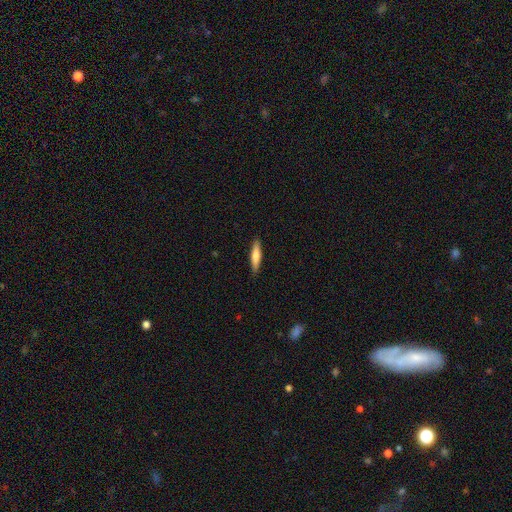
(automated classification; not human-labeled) Smooth or featured: smooth — 69% (featured or disk — 25%)
How rounded: cigar-shaped — 81% (in between — 17%)
Merging: none — 89% (minor disturbance — 8%)